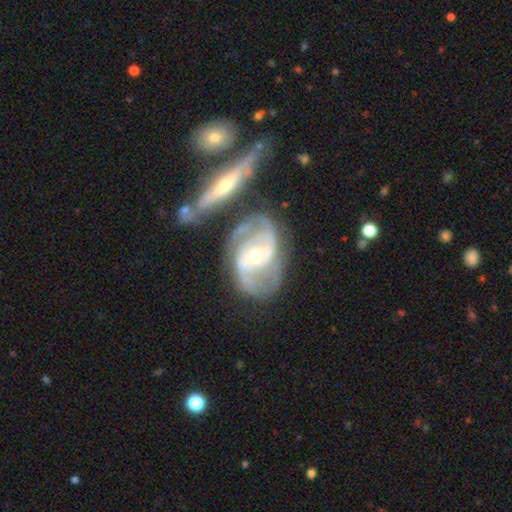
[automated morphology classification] featured or disk 88%, smooth 7%, star or artifact 5%. Down the decision tree: edge-on disk — no (95%); bar — no (47%); spiral arms — yes (96%); spiral arm count — 2 (74%); spiral winding — medium (49%); bulge size — moderate (58%); merging — none (51%).